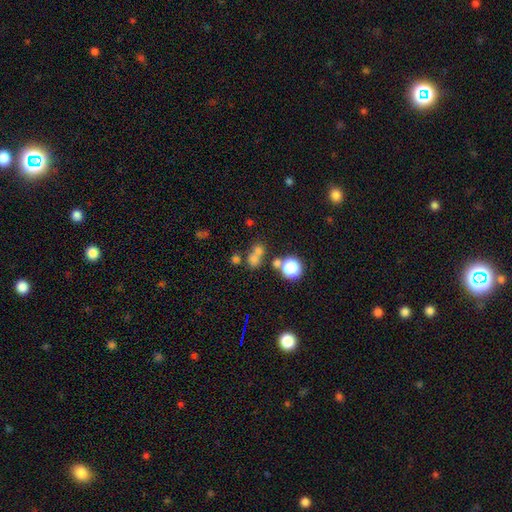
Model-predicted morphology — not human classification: Smooth or featured?
  - smooth: 61% *
  - star or artifact: 25%
  - featured or disk: 13%
How rounded?
  - round: 77% *
  - in between: 22%
  - cigar-shaped: 1%
Merging?
  - none: 47% *
  - merger: 40%
  - minor disturbance: 8%
  - major disturbance: 5%